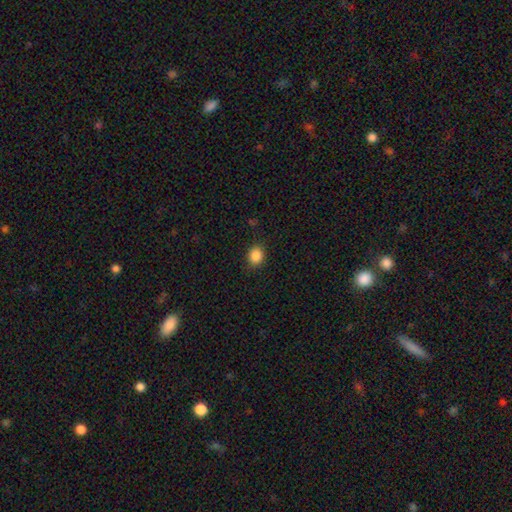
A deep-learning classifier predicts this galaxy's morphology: smooth 86%, star or artifact 10%, featured or disk 4%. Down the decision tree: how rounded — round (66%); merging — none (86%).